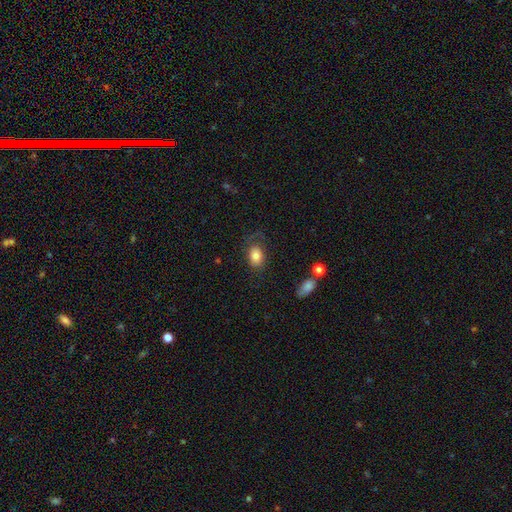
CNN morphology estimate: This is clearly a smooth galaxy (80%). How rounded: likely in between (79%). Merging: likely none (65%).